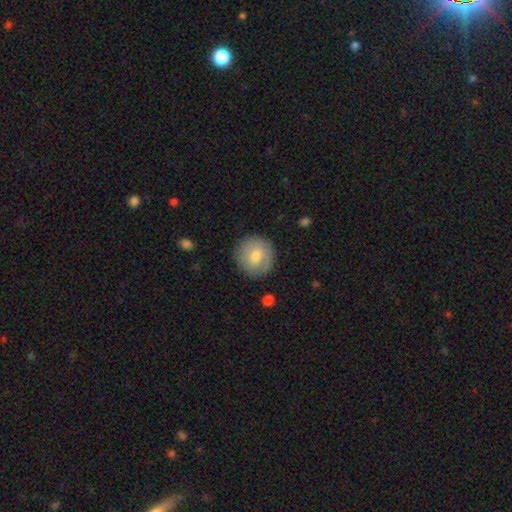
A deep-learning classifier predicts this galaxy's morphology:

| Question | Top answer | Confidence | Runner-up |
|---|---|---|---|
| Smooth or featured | smooth | 68% | featured or disk (25%) |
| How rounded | round | 92% | in between (7%) |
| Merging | none | 86% | minor disturbance (10%) |